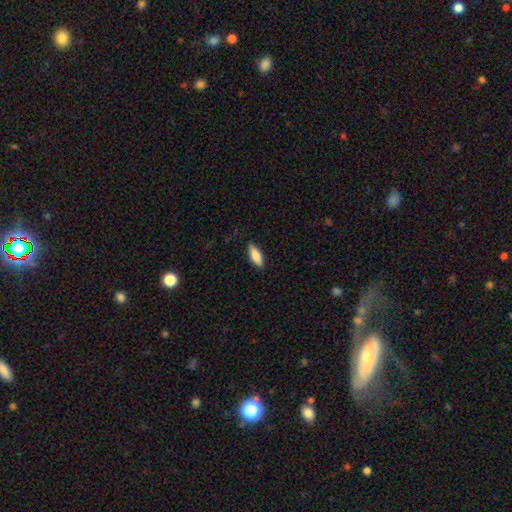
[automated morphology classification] Overall: smooth (84%). How rounded: in between (67%; cigar-shaped 32%). Merging: none (88%).